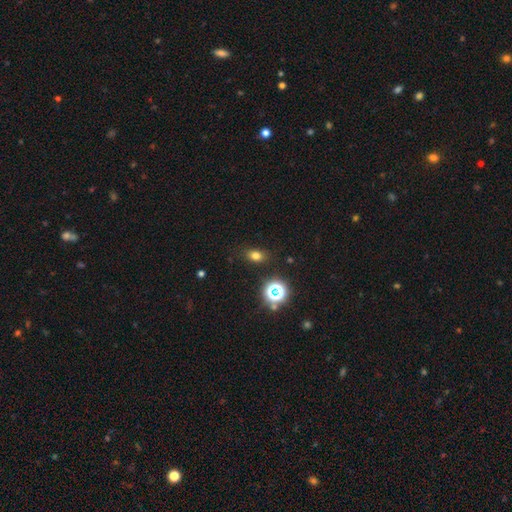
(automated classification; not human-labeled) A smooth galaxy with no disk features (73%) that is in between round and cigar-shaped (72%).

Vote fractions:
- Smooth or featured? smooth: 73% / star or artifact: 20% / featured or disk: 8%
- How rounded? in between: 72% / round: 26% / cigar-shaped: 2%
- Merging? none: 84% / minor disturbance: 10% / major disturbance: 3% / merger: 2%